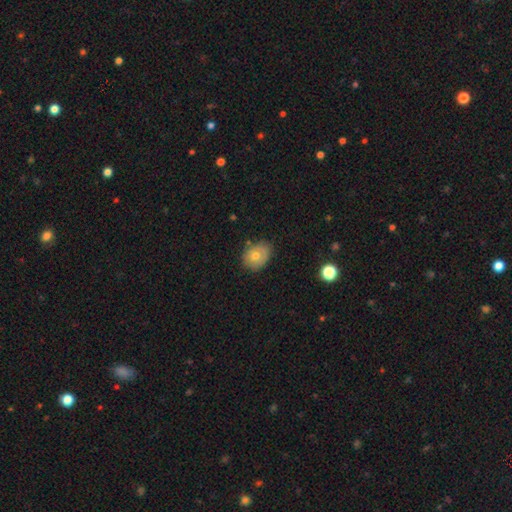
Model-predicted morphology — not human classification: smooth-or-featured: smooth: 67% | featured or disk: 23% | star or artifact: 10%
  how-rounded: in between: 53% | round: 46% | cigar-shaped: 1%
  merging: none: 73% | minor disturbance: 21% | major disturbance: 4% | merger: 2%